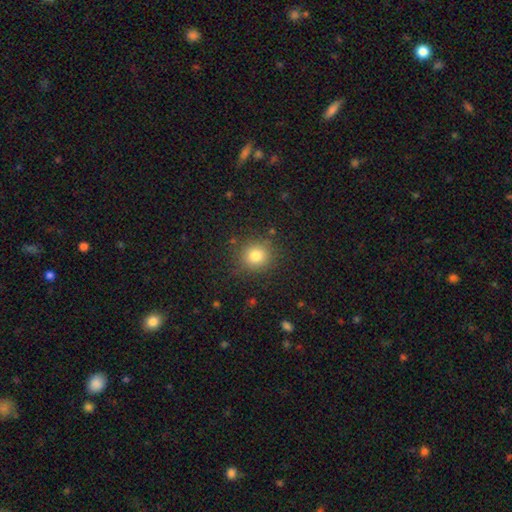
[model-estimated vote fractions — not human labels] This is clearly a smooth galaxy (80%). How rounded: clearly round (88%). Merging: clearly none (86%).